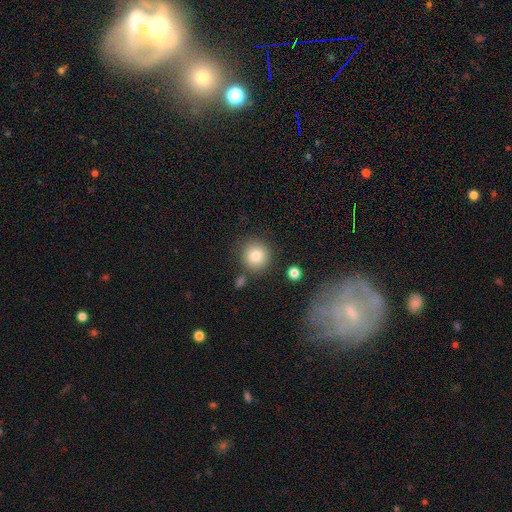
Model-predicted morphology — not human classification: type=smooth (82%); roundness=round (92%); merging=none (81%).